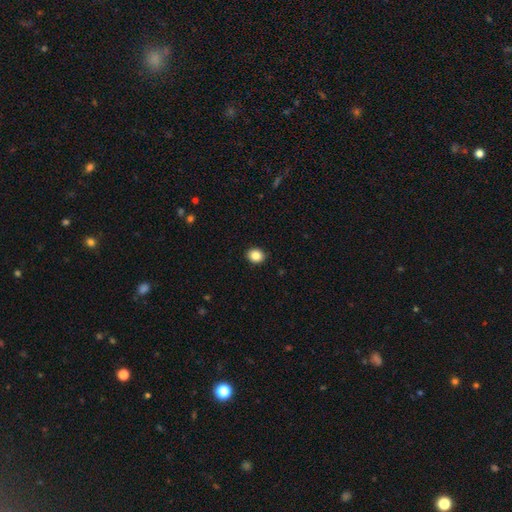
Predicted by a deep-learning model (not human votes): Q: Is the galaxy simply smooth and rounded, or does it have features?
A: smooth — 85%.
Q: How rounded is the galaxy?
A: round — 66%.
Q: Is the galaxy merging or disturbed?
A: none — 92%.